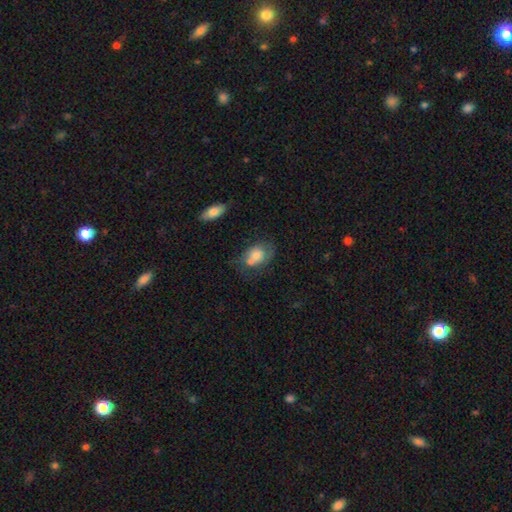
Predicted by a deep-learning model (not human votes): Q: Smooth or featured?
A: smooth (67%); runner-up: featured or disk (25%)
Q: How rounded?
A: in between (73%); runner-up: round (25%)
Q: Merging?
A: none (38%); runner-up: merger (27%)